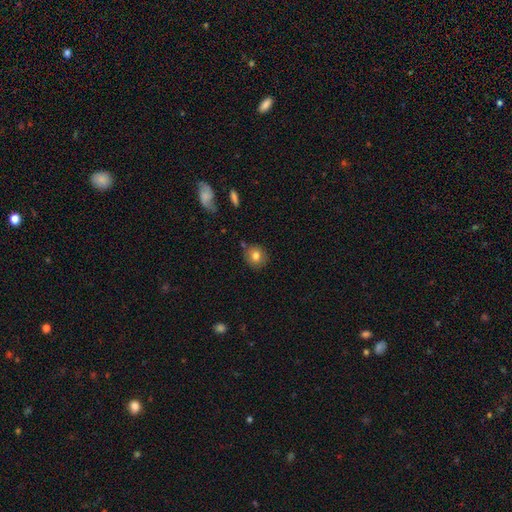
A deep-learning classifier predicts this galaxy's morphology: The model was most divided on "merging": none: 80%, minor disturbance: 13%, merger: 4%, major disturbance: 3%. More confident: how rounded — round (86%); smooth or featured — smooth (79%).